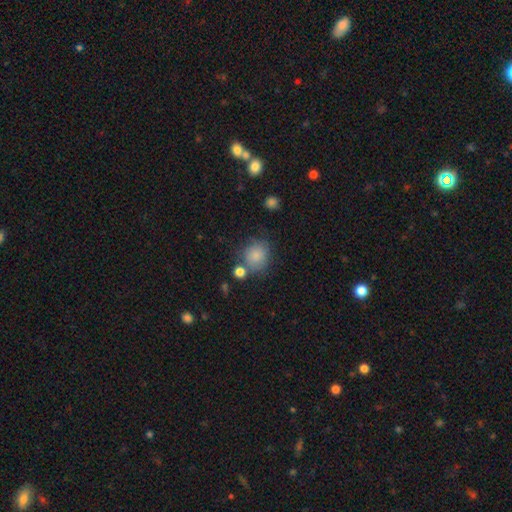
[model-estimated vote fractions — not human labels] Q: Smooth or featured?
A: smooth (84%); runner-up: star or artifact (9%)
Q: How rounded?
A: round (77%); runner-up: in between (22%)
Q: Merging?
A: none (63%); runner-up: minor disturbance (17%)